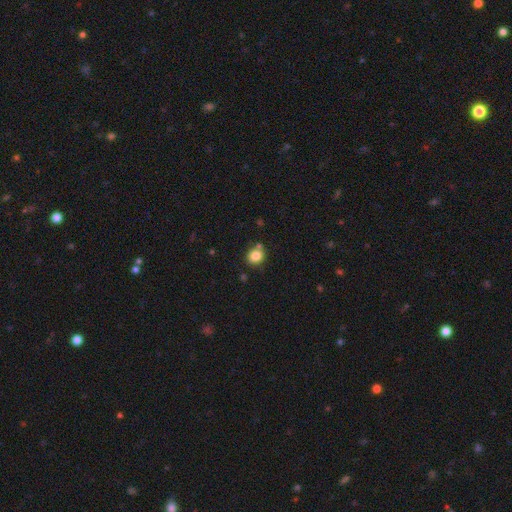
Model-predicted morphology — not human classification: Smooth or featured? Predicted: smooth (p=0.84). How rounded? Predicted: round (p=0.80). Merging? Predicted: none (p=0.73).